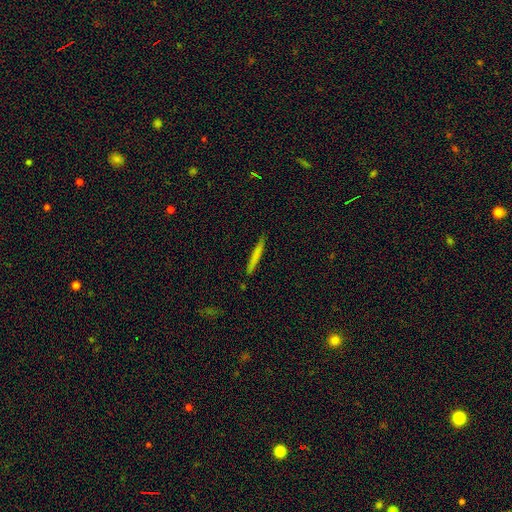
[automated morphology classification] smooth-or-featured: smooth: 70% | featured or disk: 24% | star or artifact: 6%
  how-rounded: cigar-shaped: 96% | in between: 2% | round: 1%
  merging: none: 89% | minor disturbance: 8% | major disturbance: 2% | merger: 1%